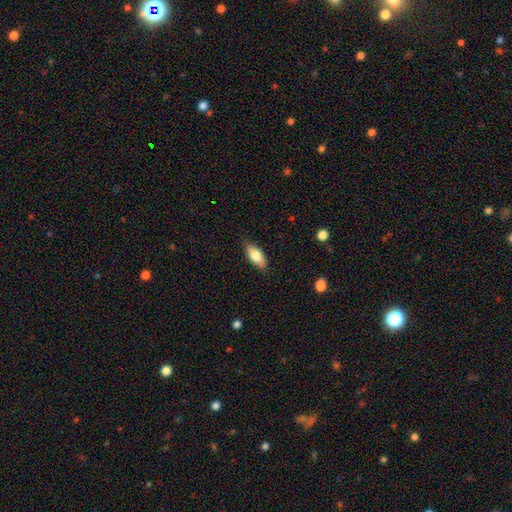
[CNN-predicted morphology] Smooth or featured? smooth (74%)
How rounded? in between (81%)
Merging? none (85%)